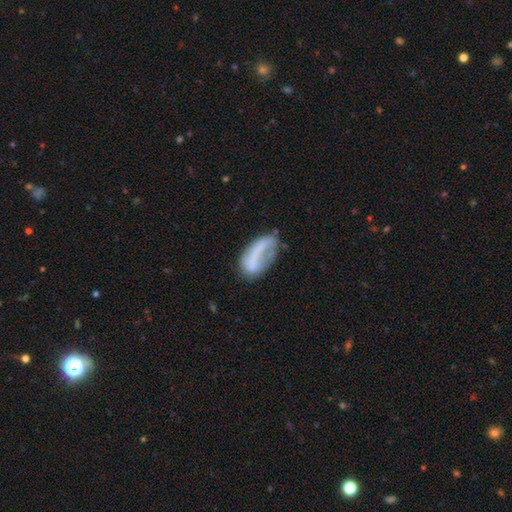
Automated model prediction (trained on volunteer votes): The model was most divided on "smooth or featured": smooth: 51%, featured or disk: 40%, star or artifact: 9%. Remaining: how rounded — in between (85%); merging — none (40%).